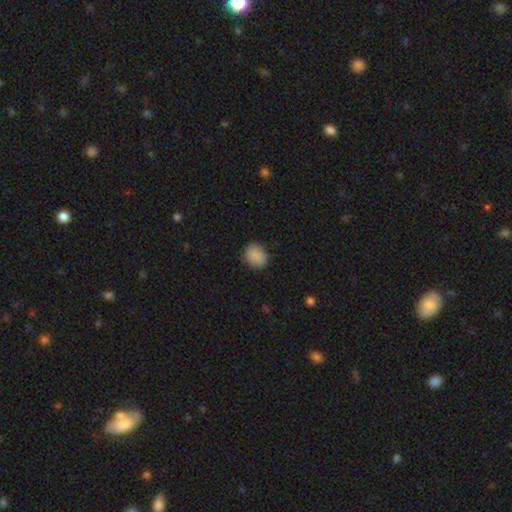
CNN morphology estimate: Overall: smooth (88%). How rounded: round (61%; in between 38%). Merging: none (83%).